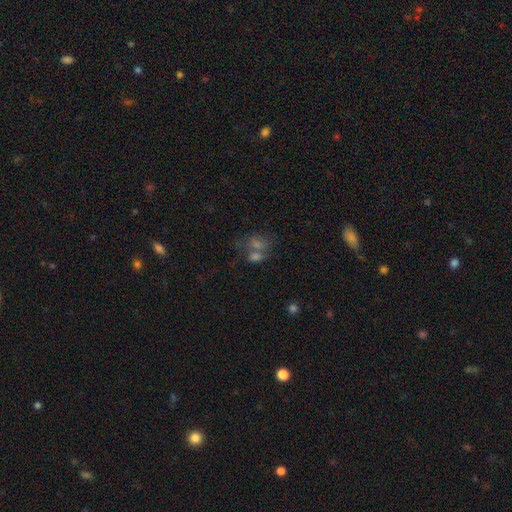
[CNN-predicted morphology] Smooth or featured: smooth — 58% (star or artifact — 23%)
How rounded: in between — 68% (round — 30%)
Merging: merger — 48% (none — 32%)